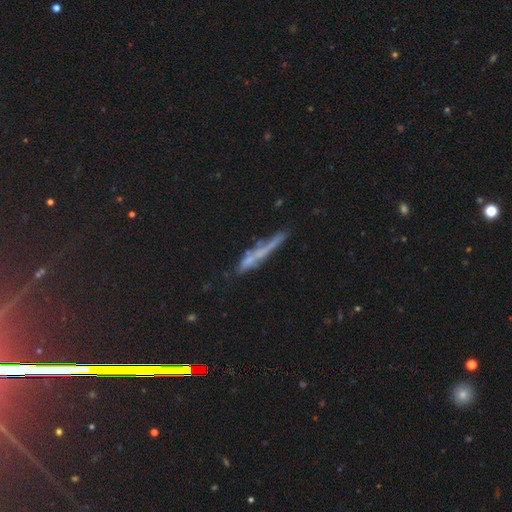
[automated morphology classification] Smooth or featured: featured or disk — 42% (smooth — 37%)
Merging: none — 56% (minor disturbance — 23%)